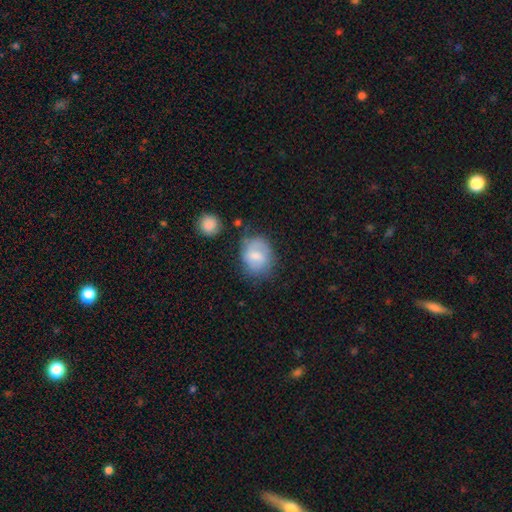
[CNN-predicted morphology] Smooth or featured? Predicted: smooth (p=0.58). How rounded? Predicted: round (p=0.52). Merging? Predicted: none (p=0.60).